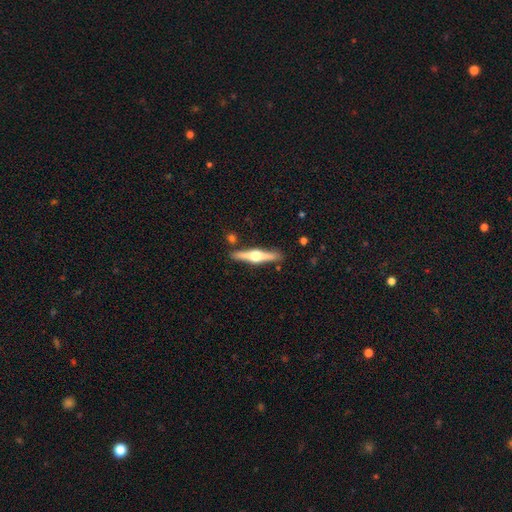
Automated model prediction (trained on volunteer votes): Smooth or featured: featured or disk — 75% (smooth — 20%)
Edge-on disk: yes — 98% (no — 2%)
Edge-on bulge: rounded — 96% (boxy — 3%)
Merging: none — 88% (minor disturbance — 8%)